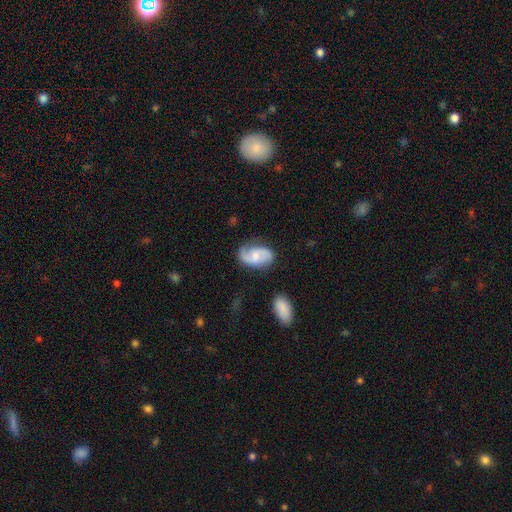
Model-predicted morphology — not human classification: Q: Smooth or featured?
A: featured or disk (73%); runner-up: smooth (21%)
Q: Edge-on disk?
A: no (97%); runner-up: yes (3%)
Q: Bar?
A: no (50%); runner-up: weak (42%)
Q: Spiral arms?
A: yes (95%); runner-up: no (5%)
Q: Spiral winding?
A: medium (44%); runner-up: loose (42%)
Q: Spiral arm count?
A: 2 (88%); runner-up: can't tell (4%)
Q: Bulge size?
A: small (41%); runner-up: moderate (40%)
Q: Merging?
A: none (70%); runner-up: minor disturbance (19%)